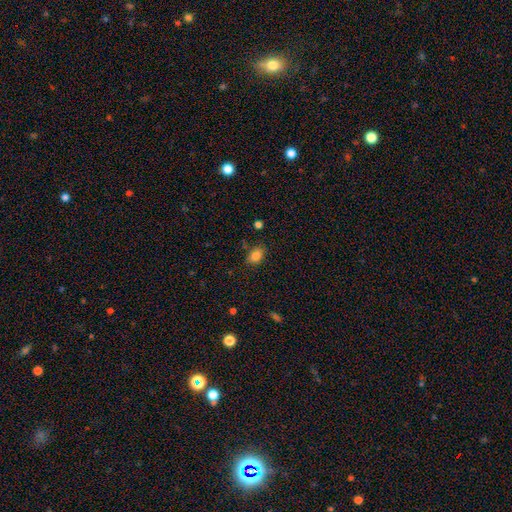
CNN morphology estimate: This is clearly a smooth galaxy (85%). How rounded: clearly in between (82%). Merging: likely none (80%).